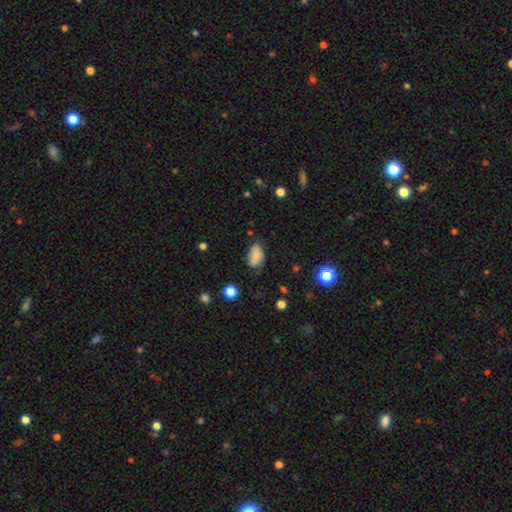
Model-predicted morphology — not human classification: Overall: smooth (75%). How rounded: in between (91%). Merging: none (51%; minor disturbance 35%).